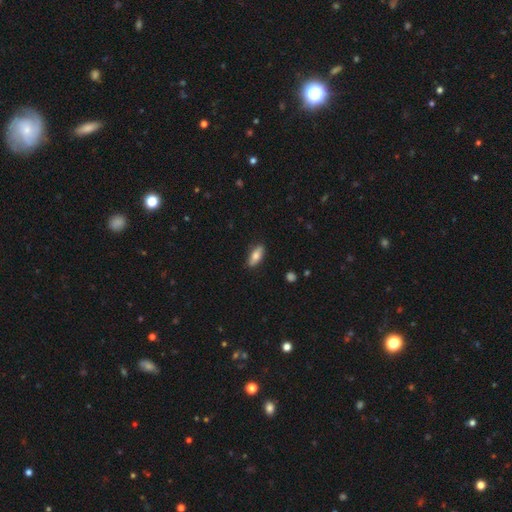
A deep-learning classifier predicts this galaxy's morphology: Smooth or featured? Predicted: smooth (p=0.76). How rounded? Predicted: in between (p=0.76). Merging? Predicted: none (p=0.84).